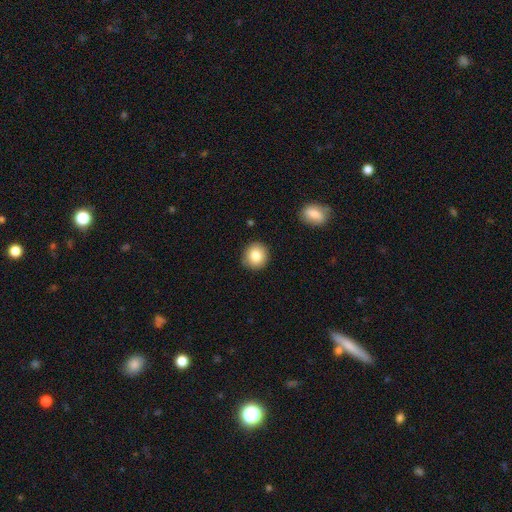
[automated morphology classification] Overall: smooth (83%). How rounded: round (90%). Merging: none (88%).